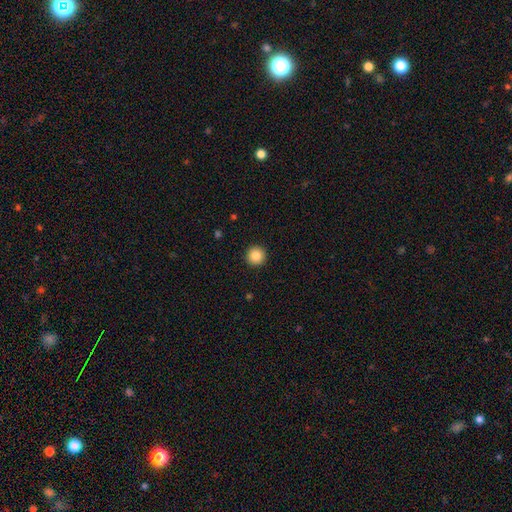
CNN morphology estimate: Smooth or featured? smooth (86%)
How rounded? round (96%)
Merging? none (93%)